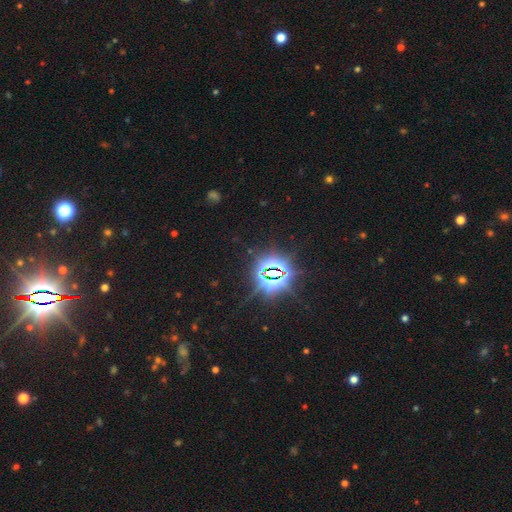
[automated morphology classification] Q: Smooth or featured?
A: star or artifact (84%); runner-up: smooth (9%)